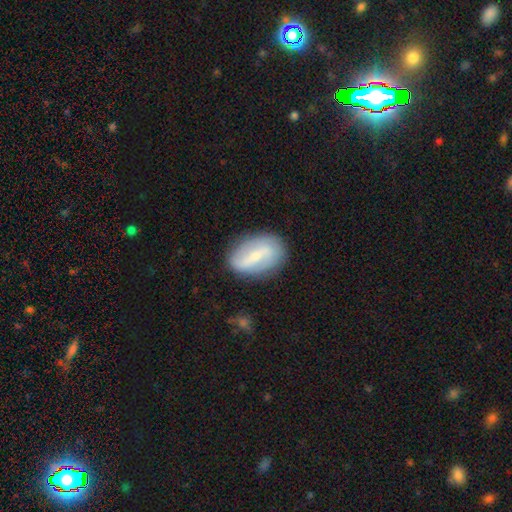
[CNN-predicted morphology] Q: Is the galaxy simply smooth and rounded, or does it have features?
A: featured or disk — 64%.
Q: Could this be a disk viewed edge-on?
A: no — 93%.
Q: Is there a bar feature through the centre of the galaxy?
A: strong — 47%.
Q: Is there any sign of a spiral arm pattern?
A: yes — 70%.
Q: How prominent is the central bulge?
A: small — 65%.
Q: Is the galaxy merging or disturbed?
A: none — 81%.